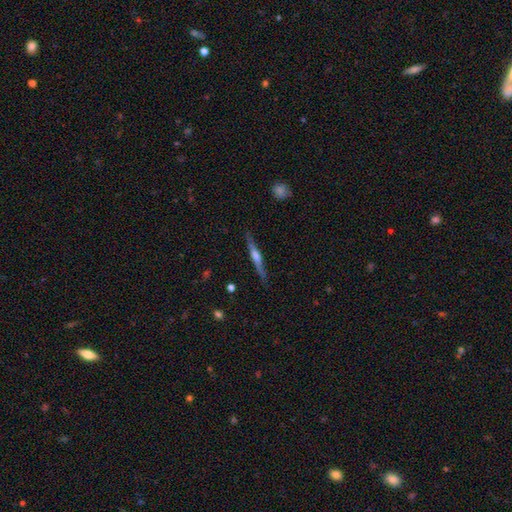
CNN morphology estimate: This is likely a featured or disk galaxy (75%). It is clearly viewed edge-on (98%). Edge-on bulge: likely rounded (79%). Merging: clearly none (88%).